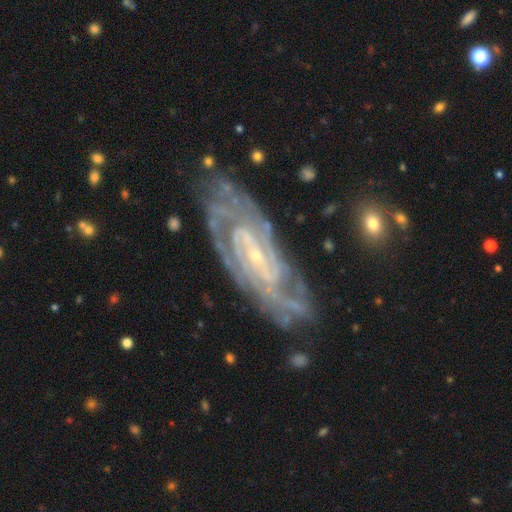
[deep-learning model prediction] The model was most divided on "bar" (2-way tie): weak: 40%, no: 40%, strong: 20%. Remaining: spiral arms — yes (97%); edge-on disk — no (92%); smooth or featured — featured or disk (89%); bulge size — small (80%); merging — none (75%); spiral winding — tight (68%); spiral arm count — can't tell (29%).